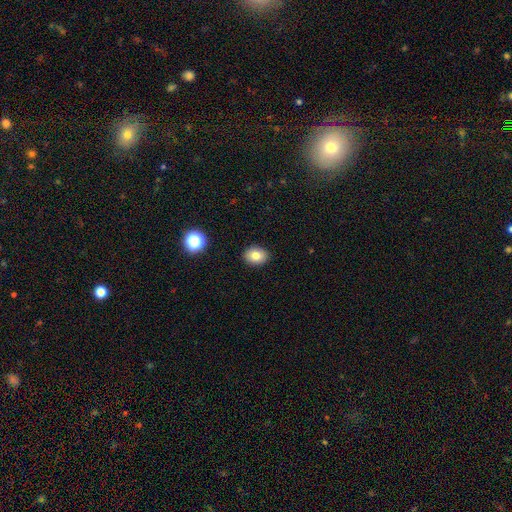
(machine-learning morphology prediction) Overall: smooth (80%). How rounded: in between (59%; round 40%). Merging: none (90%).